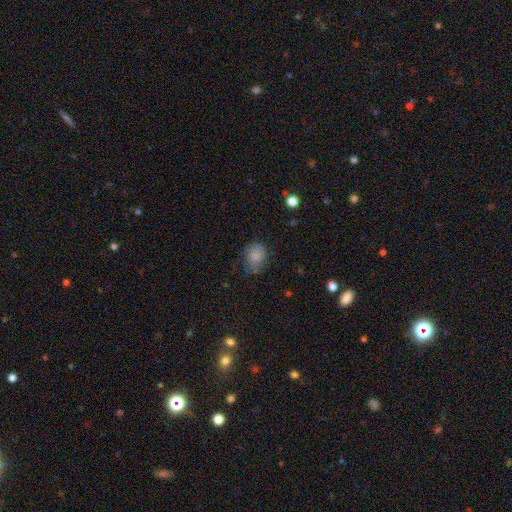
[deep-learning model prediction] smooth_or_featured: smooth (p=0.83) [alt: star or artifact p=0.09]
how_rounded: round (p=0.56) [alt: in between p=0.43]
merging: none (p=0.65) [alt: minor disturbance p=0.25]